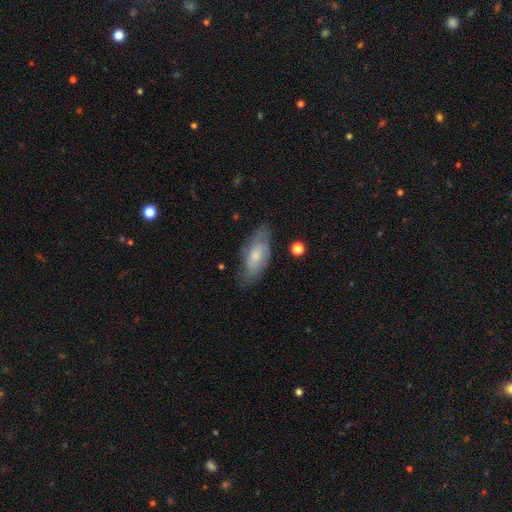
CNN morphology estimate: smooth_or_featured: smooth (p=0.50) [alt: featured or disk p=0.43]
how_rounded: in between (p=0.85) [alt: cigar-shaped p=0.12]
merging: none (p=0.67) [alt: minor disturbance p=0.23]